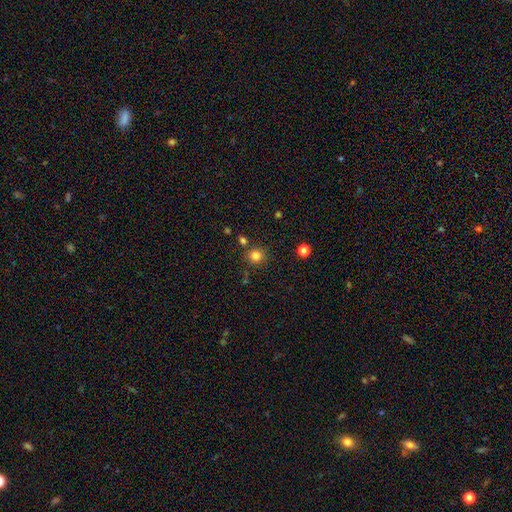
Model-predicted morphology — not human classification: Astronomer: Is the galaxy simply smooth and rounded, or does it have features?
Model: smooth — 82%.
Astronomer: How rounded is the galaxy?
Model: round — 91%.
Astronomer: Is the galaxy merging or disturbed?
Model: none — 83%.